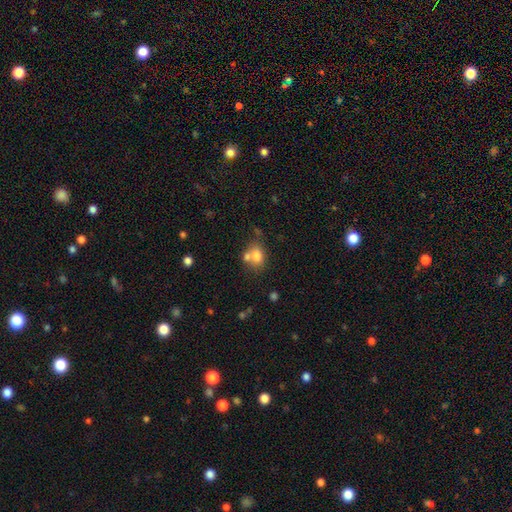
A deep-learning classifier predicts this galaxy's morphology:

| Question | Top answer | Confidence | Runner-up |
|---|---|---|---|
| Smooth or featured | smooth | 77% | featured or disk (13%) |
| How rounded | in between | 63% | round (36%) |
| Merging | none | 46% | merger (36%) |